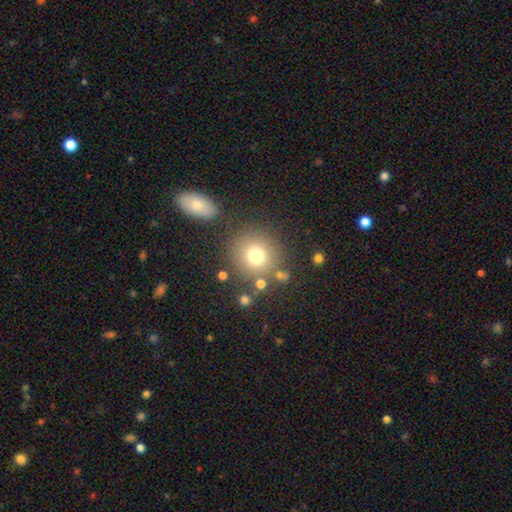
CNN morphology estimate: Smooth or featured? smooth (74%)
How rounded? round (93%)
Merging? none (80%)